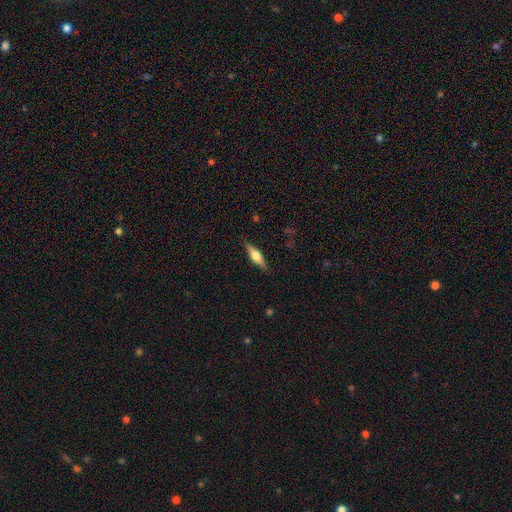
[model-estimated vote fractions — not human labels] Smooth or featured?
  - featured or disk: 57% *
  - smooth: 37%
  - star or artifact: 6%
Edge-on disk?
  - yes: 95% *
  - no: 5%
Edge-on bulge?
  - rounded: 91% *
  - boxy: 6%
  - none: 2%
Merging?
  - none: 87% *
  - minor disturbance: 9%
  - major disturbance: 2%
  - merger: 1%